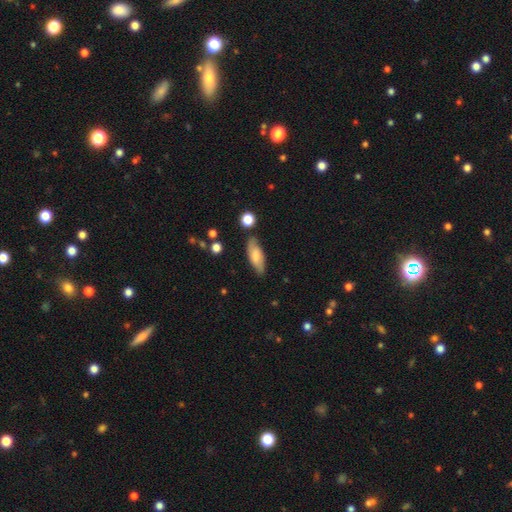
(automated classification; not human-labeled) This appears to be a smooth galaxy with no disk features (69%) that is in between round and cigar-shaped (71%). Merging: none (77%).